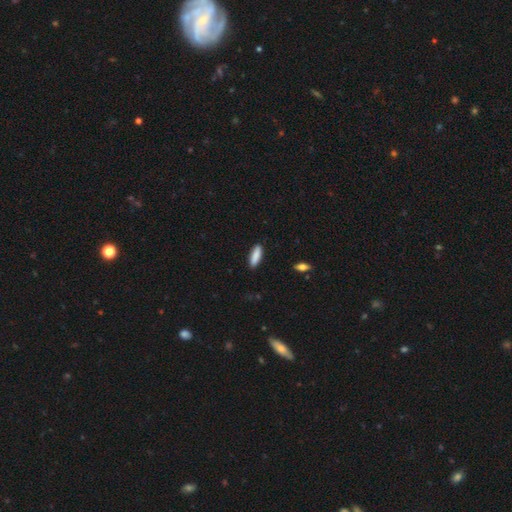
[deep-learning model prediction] A smooth galaxy with no disk features (88%) that is cigar-shaped (58%).

Vote fractions:
- Smooth or featured? smooth: 88% / featured or disk: 6% / star or artifact: 6%
- How rounded? cigar-shaped: 58% / in between: 40% / round: 1%
- Merging? none: 89% / minor disturbance: 8% / major disturbance: 2% / merger: 1%